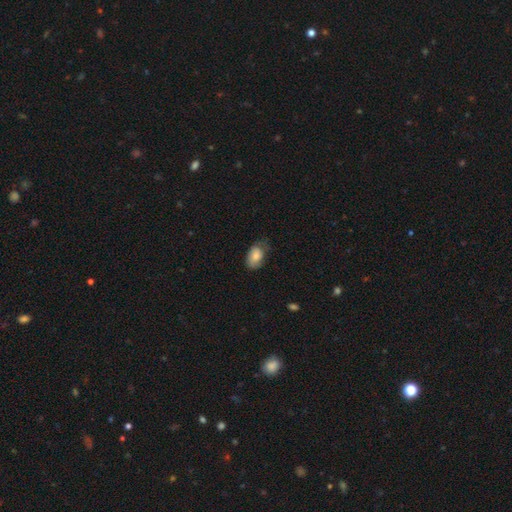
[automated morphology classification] Smooth or featured? smooth (77%)
How rounded? in between (89%)
Merging? none (54%)